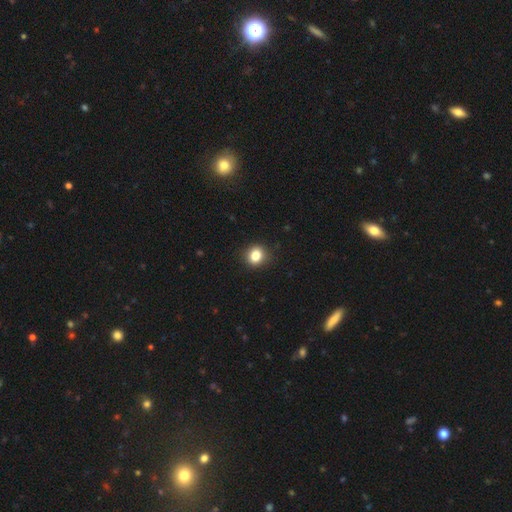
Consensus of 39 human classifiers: Smooth or featured: smooth — 87% (star or artifact — 10%)
How rounded: round — 56% (in between — 44%)
Merging: none — 89% (minor disturbance — 6%)